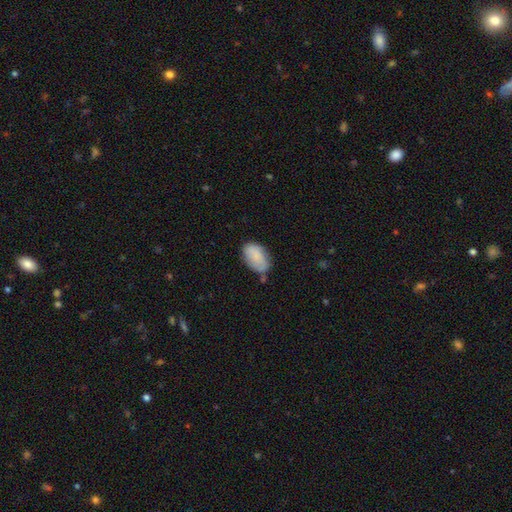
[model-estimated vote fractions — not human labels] smooth_or_featured: smooth (p=0.83) [alt: featured or disk p=0.10]
how_rounded: in between (p=0.93) [alt: round p=0.06]
merging: none (p=0.60) [alt: minor disturbance p=0.28]